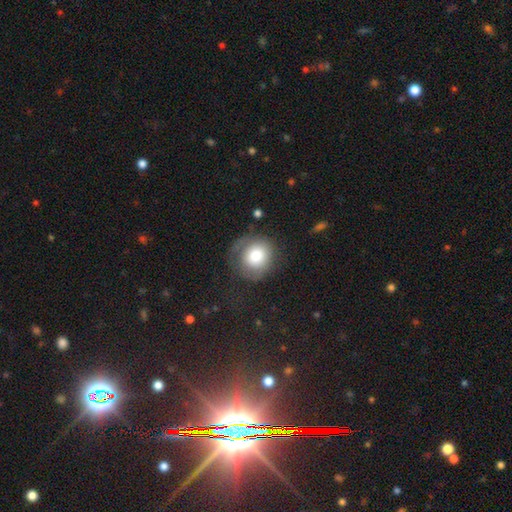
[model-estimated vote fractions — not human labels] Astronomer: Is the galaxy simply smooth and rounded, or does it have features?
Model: smooth — 70%.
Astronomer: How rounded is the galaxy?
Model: round — 81%.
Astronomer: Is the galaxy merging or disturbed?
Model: none — 54%.